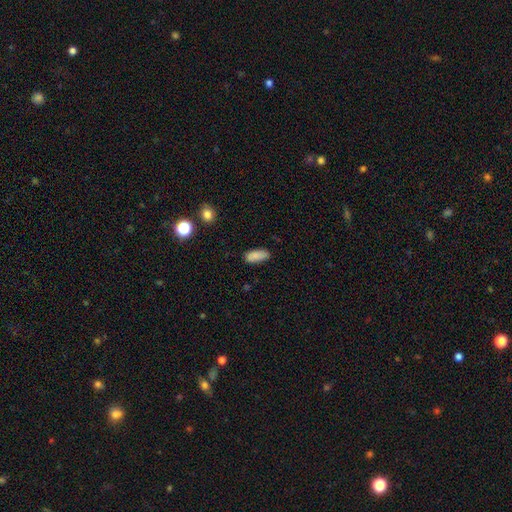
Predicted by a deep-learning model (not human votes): Smooth or featured? Predicted: smooth (p=0.86). How rounded? Predicted: in between (p=0.83). Merging? Predicted: none (p=0.79).